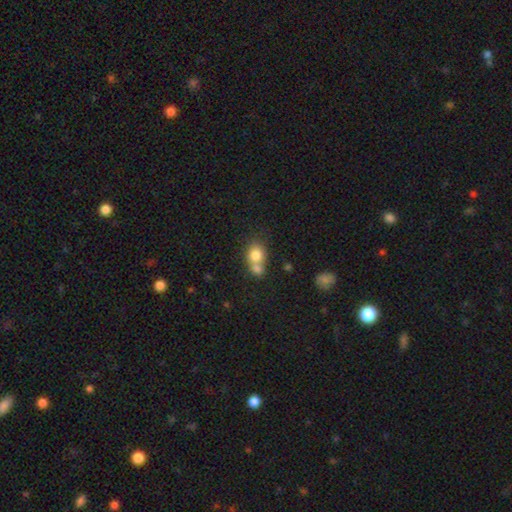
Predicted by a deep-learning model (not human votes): Overall: smooth (78%). How rounded: round (61%; in between 37%). Merging: merger (58%; none 30%).